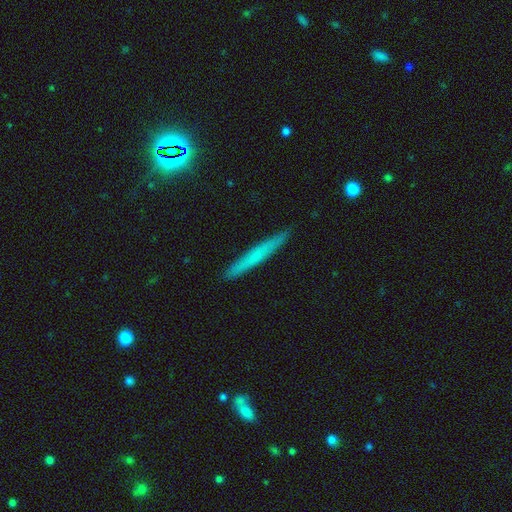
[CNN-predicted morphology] A smooth galaxy with no disk features (53%) that is cigar-shaped (96%).

Vote fractions:
- Smooth or featured? smooth: 53% / featured or disk: 39% / star or artifact: 8%
- How rounded? cigar-shaped: 96% / in between: 2% / round: 1%
- Merging? none: 91% / minor disturbance: 6% / major disturbance: 1% / merger: 1%